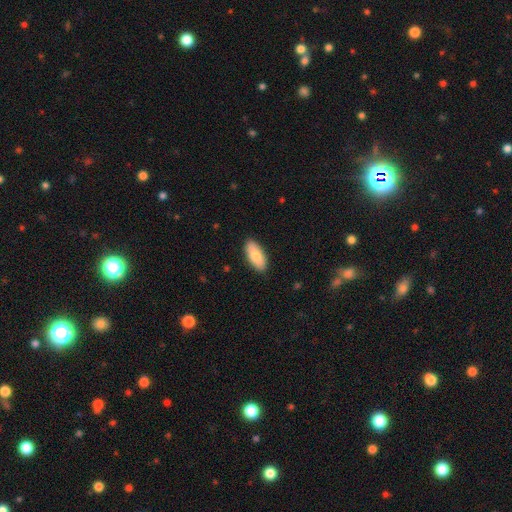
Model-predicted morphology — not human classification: type=smooth (84%); roundness=in between (86%); merging=none (88%).